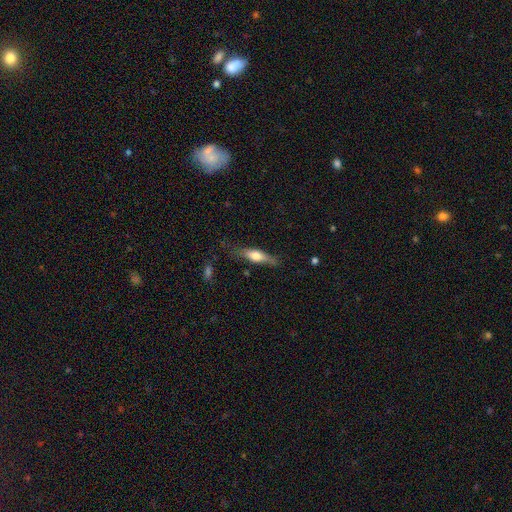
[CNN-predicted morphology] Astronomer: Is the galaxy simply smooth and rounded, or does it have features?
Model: smooth — 55% (runner-up: featured or disk, 38%).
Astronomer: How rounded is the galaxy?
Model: cigar-shaped — 63%.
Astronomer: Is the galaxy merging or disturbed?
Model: none — 67%.